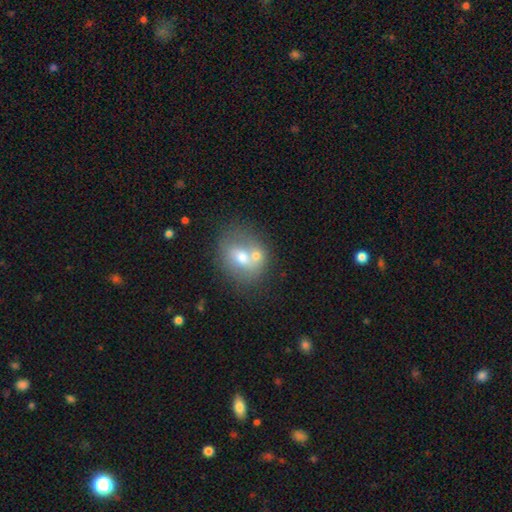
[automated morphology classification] This appears to be a smooth galaxy with no disk features (58%) that is round (53%). Merging: merger (45%).